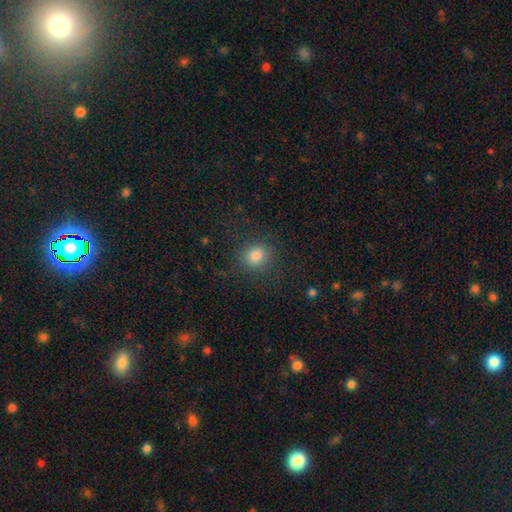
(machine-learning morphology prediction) type=smooth (82%); roundness=round (81%); merging=none (85%).